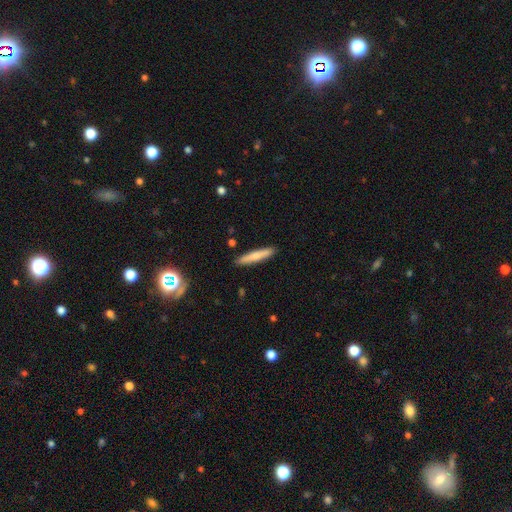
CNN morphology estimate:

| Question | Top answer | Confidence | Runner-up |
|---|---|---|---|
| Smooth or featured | smooth | 72% | featured or disk (22%) |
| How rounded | cigar-shaped | 92% | in between (7%) |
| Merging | none | 90% | minor disturbance (7%) |